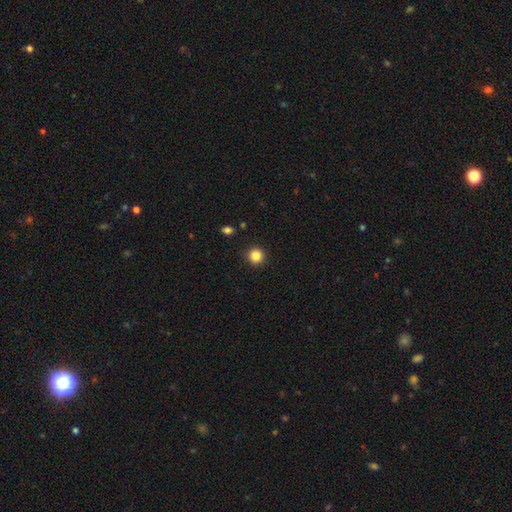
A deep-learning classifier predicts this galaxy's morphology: Smooth or featured? Predicted: smooth (p=0.85). How rounded? Predicted: round (p=0.93). Merging? Predicted: none (p=0.91).